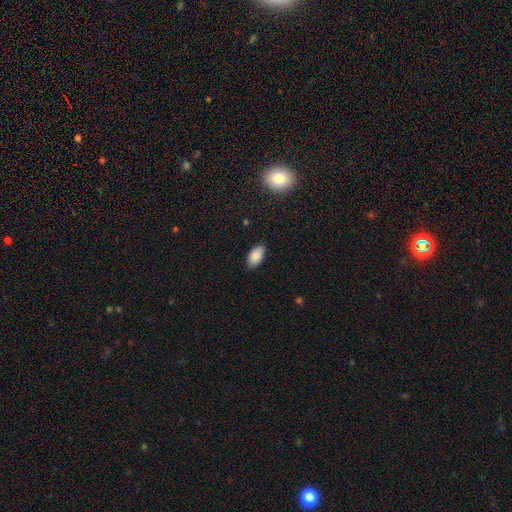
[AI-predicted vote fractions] smooth-or-featured: smooth: 89% | star or artifact: 7% | featured or disk: 4%
  how-rounded: in between: 95% | round: 3% | cigar-shaped: 3%
  merging: none: 86% | minor disturbance: 11% | major disturbance: 2% | merger: 1%